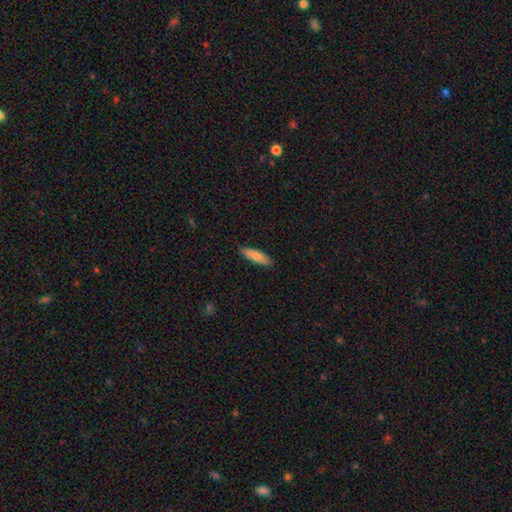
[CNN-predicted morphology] Overall: smooth (83%). How rounded: cigar-shaped (64%; in between 34%). Merging: none (89%).